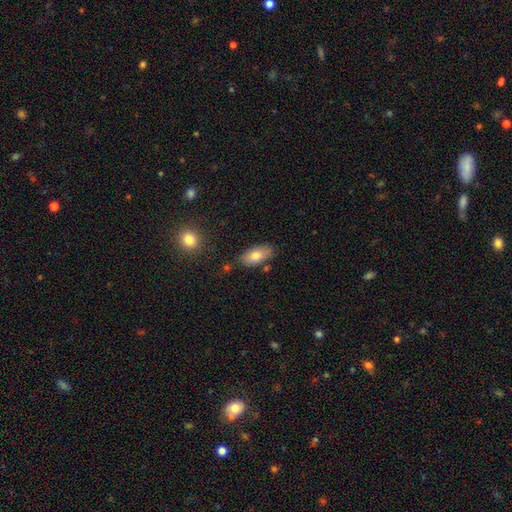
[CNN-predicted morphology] Smooth or featured: smooth — 75% (featured or disk — 18%)
How rounded: in between — 88% (cigar-shaped — 9%)
Merging: none — 76% (minor disturbance — 16%)